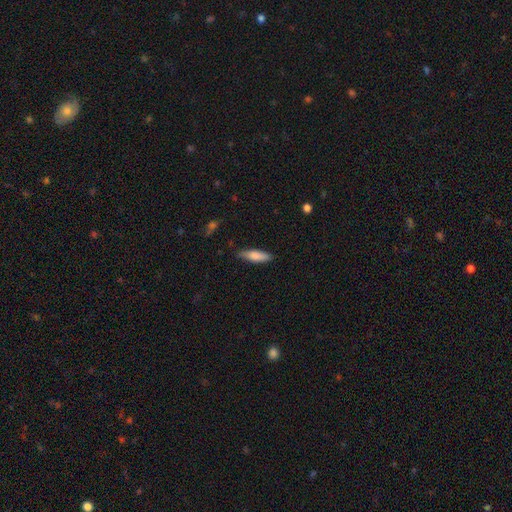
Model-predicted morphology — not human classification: Smooth or featured? Predicted: smooth (p=0.77). How rounded? Predicted: cigar-shaped (p=0.60). Merging? Predicted: none (p=0.82).